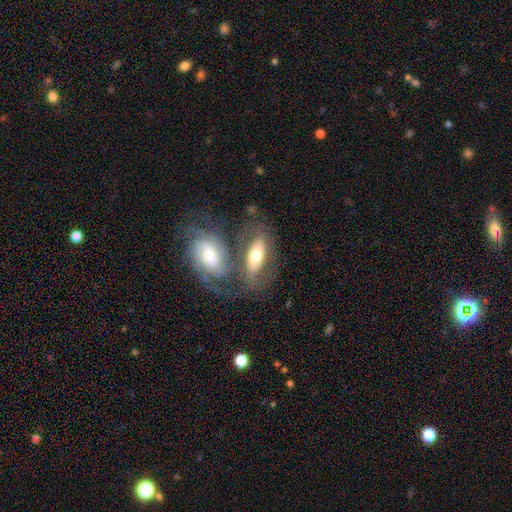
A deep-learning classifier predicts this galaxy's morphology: The model was most divided on "smooth or featured": featured or disk: 48%, smooth: 47%, star or artifact: 6%. Remaining: merging — none (43%).